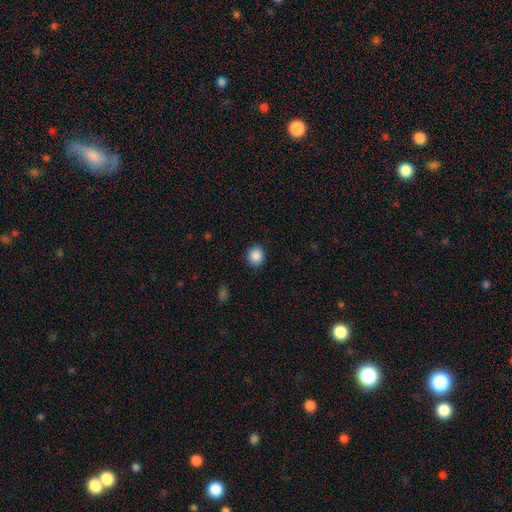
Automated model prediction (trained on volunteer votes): Overall: smooth (88%). How rounded: round (83%). Merging: none (89%).